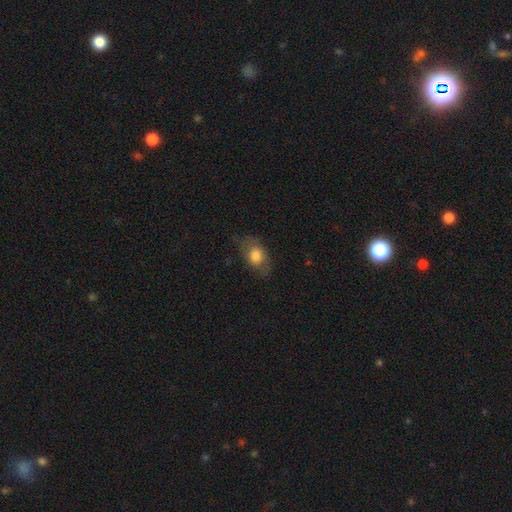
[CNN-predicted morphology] Overall: smooth (72%). How rounded: in between (78%). Merging: none (69%).